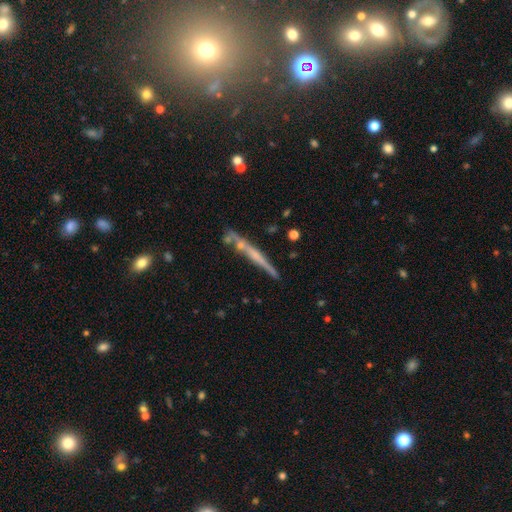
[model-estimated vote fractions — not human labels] This is likely a featured or disk galaxy (61%). It is clearly viewed edge-on (95%). Edge-on bulge: likely none (62%). Merging: likely none (72%).